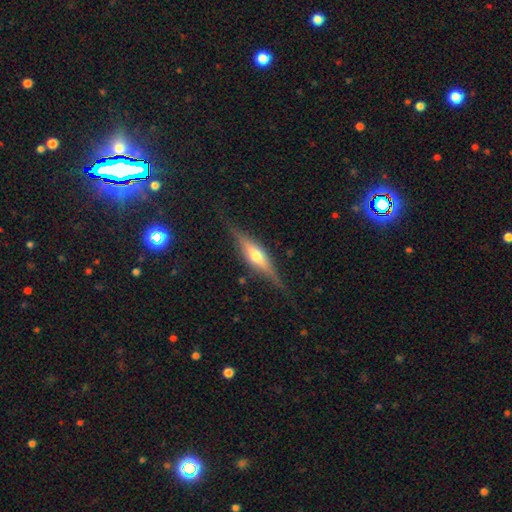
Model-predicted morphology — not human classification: This is likely a featured or disk galaxy (71%). It is clearly viewed edge-on (96%). Edge-on bulge: clearly rounded (85%). Merging: clearly none (83%).